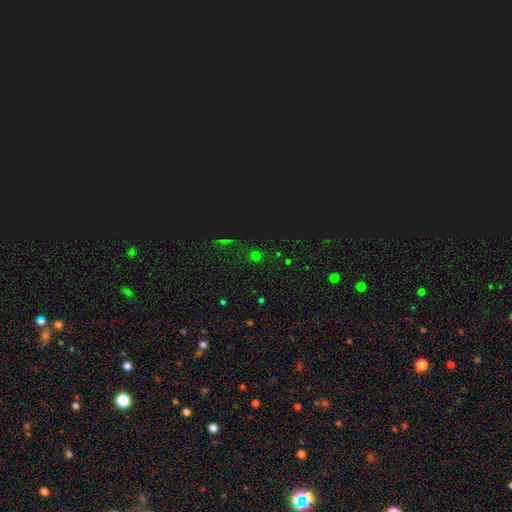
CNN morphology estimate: Q: Smooth or featured?
A: star or artifact (48%); runner-up: smooth (46%)